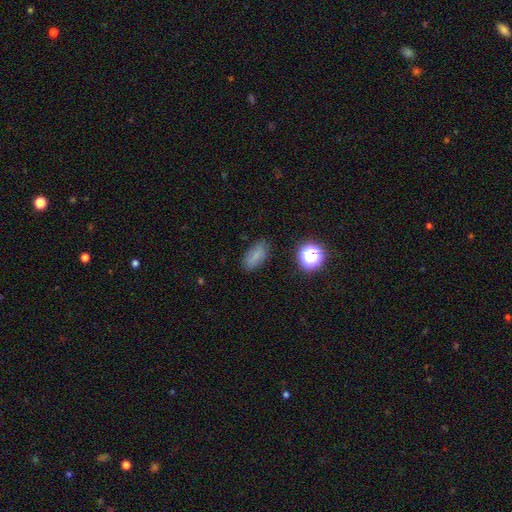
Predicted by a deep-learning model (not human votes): Smooth or featured? smooth (75%)
How rounded? in between (86%)
Merging? none (80%)